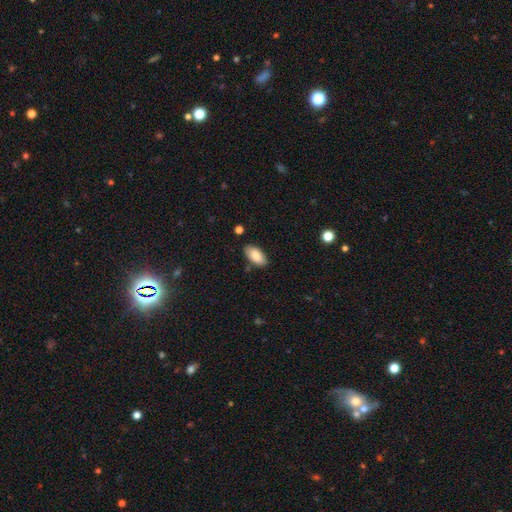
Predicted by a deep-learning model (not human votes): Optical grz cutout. It shows a smooth galaxy with no disk features (86%) that is in between round and cigar-shaped (94%). Merging: none (84%).